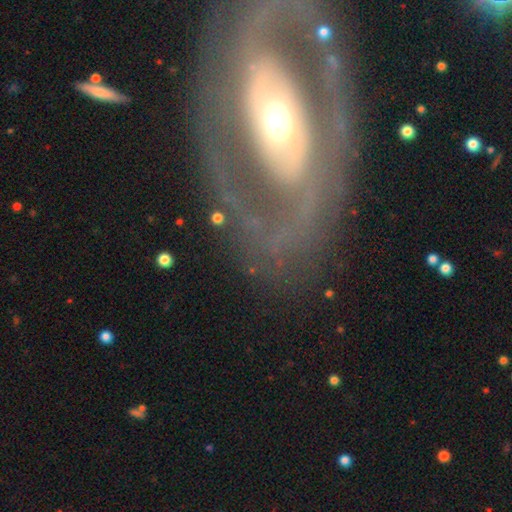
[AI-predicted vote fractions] Q: Smooth or featured?
A: featured or disk (81%); runner-up: smooth (13%)
Q: Edge-on disk?
A: no (92%); runner-up: yes (8%)
Q: Bar?
A: no (49%); runner-up: strong (25%)
Q: Spiral arms?
A: yes (65%); runner-up: no (35%)
Q: Bulge size?
A: moderate (59%); runner-up: large (22%)
Q: Merging?
A: none (74%); runner-up: minor disturbance (12%)